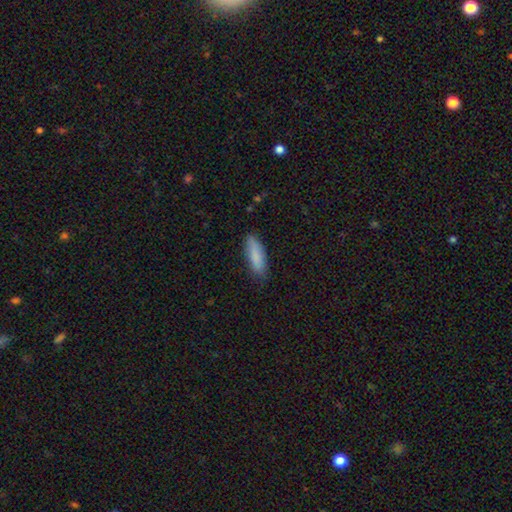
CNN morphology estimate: A smooth galaxy with no disk features (86%) that is cigar-shaped (50%).

Vote fractions:
- Smooth or featured? smooth: 86% / featured or disk: 8% / star or artifact: 6%
- How rounded? cigar-shaped: 50% / in between: 49% / round: 2%
- Merging? none: 82% / minor disturbance: 15% / major disturbance: 3% / merger: 1%